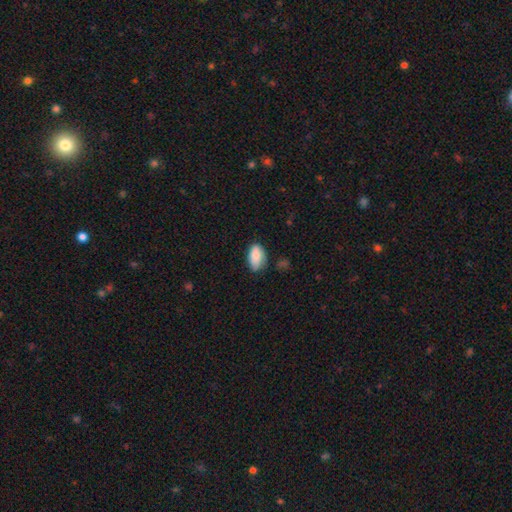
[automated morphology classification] Smooth or featured? smooth (84%)
How rounded? in between (93%)
Merging? none (59%)